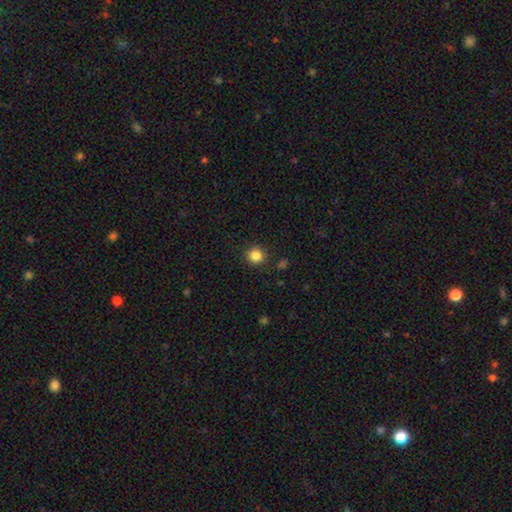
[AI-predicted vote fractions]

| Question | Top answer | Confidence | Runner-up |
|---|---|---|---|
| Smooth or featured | smooth | 85% | star or artifact (11%) |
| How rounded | round | 91% | in between (8%) |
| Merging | none | 90% | minor disturbance (7%) |